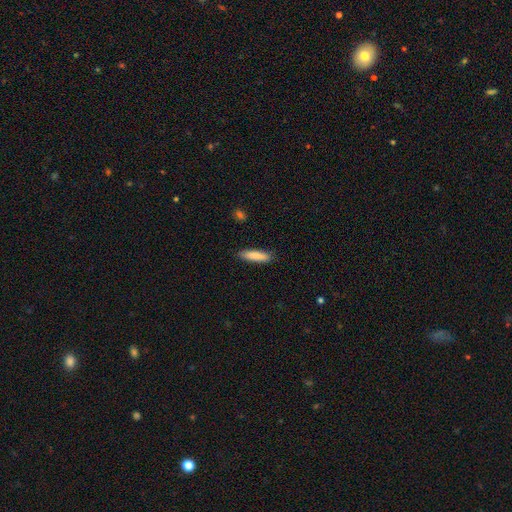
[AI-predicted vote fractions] Smooth or featured? smooth (86%)
How rounded? cigar-shaped (74%)
Merging? none (88%)